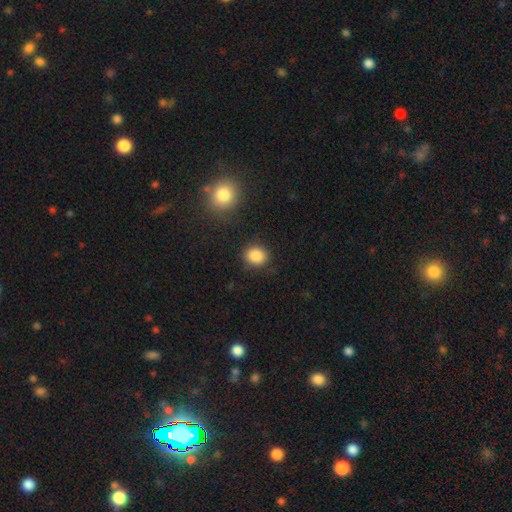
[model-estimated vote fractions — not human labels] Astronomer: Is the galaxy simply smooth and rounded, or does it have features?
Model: smooth — 87%.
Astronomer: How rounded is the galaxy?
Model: round — 67%.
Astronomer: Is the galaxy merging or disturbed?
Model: none — 84%.